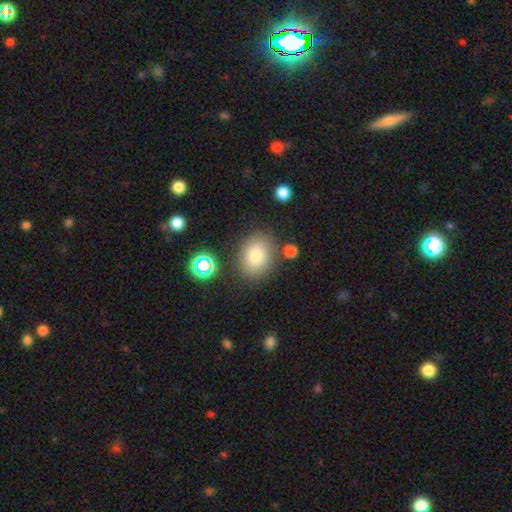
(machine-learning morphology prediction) This appears to be a smooth galaxy with no disk features (79%) that is in between round and cigar-shaped (61%). Merging: none (81%).